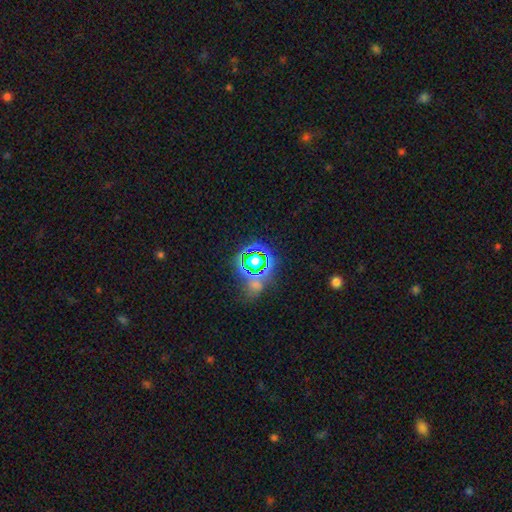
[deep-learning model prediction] The model was most divided on "smooth or featured": star or artifact: 72%, smooth: 20%, featured or disk: 8%.